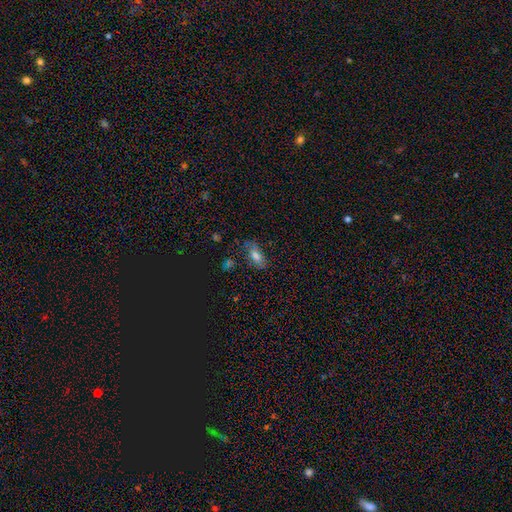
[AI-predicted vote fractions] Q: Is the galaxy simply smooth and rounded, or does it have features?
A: smooth — 63%.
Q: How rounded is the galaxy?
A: in between — 78%.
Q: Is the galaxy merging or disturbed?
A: none — 67%.